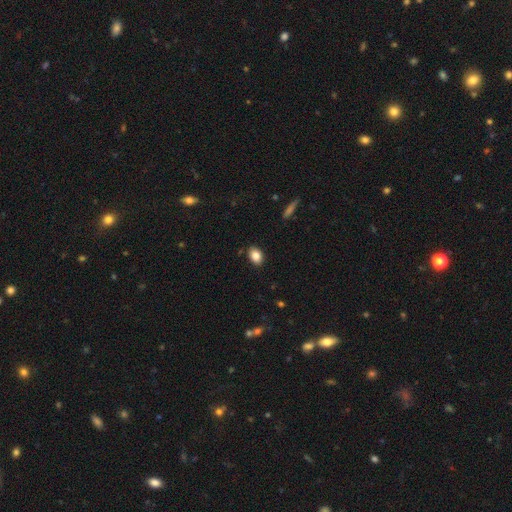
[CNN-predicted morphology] Q: Smooth or featured?
A: smooth (85%); runner-up: star or artifact (8%)
Q: How rounded?
A: in between (82%); runner-up: round (16%)
Q: Merging?
A: none (87%); runner-up: minor disturbance (9%)